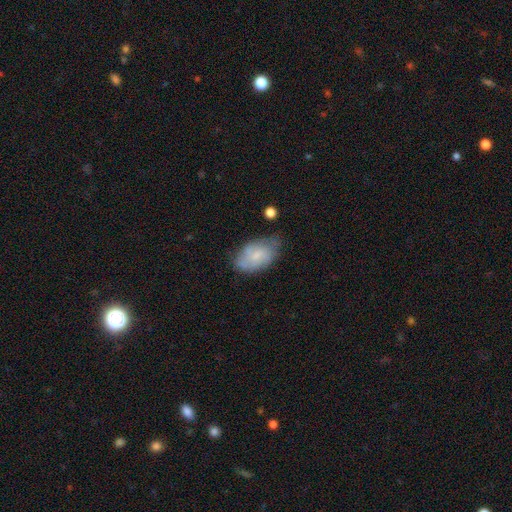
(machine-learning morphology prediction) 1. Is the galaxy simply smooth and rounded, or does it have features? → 54% smooth, 39% featured or disk, 7% star or artifact.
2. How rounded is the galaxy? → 91% in between, 7% round, 2% cigar-shaped.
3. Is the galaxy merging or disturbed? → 58% none, 31% minor disturbance, 9% major disturbance, 3% merger.